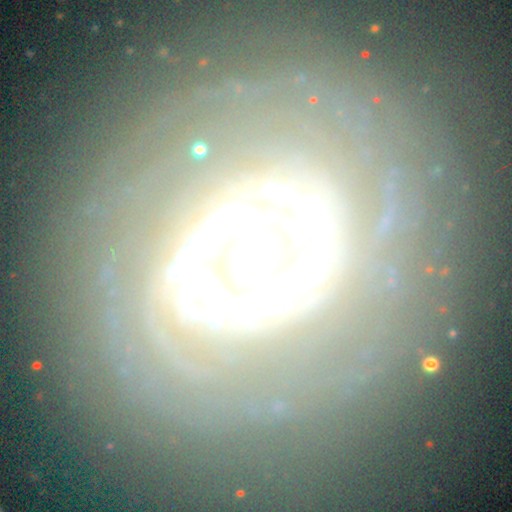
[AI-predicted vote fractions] The model was most divided on "spiral arm count": can't tell: 33%, 2: 22%, 3: 15%, 4: 11%, more than 4: 10%, 1: 9%. More confident: edge-on disk — no (96%); spiral arms — yes (90%); smooth or featured — featured or disk (87%); spiral winding — tight (80%); bar — no (78%); merging — none (76%); bulge size — moderate (66%).